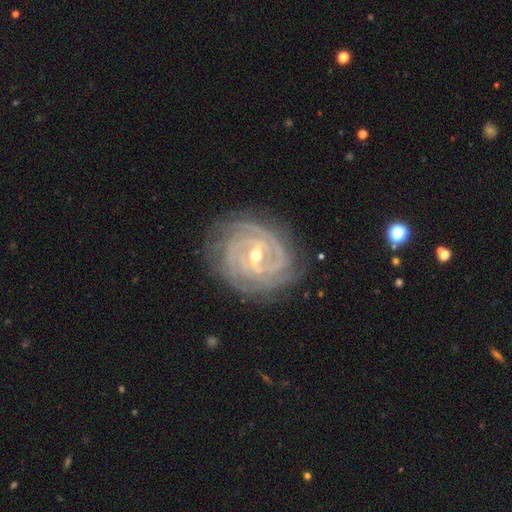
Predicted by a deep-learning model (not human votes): Smooth or featured? Predicted: featured or disk (p=0.92). Edge-on disk? Predicted: no (p=0.97). Bar? Predicted: weak (p=0.48). Spiral arms? Predicted: yes (p=0.98). Spiral winding? Predicted: tight (p=0.84). Spiral arm count? Predicted: 4 (p=0.27). Bulge size? Predicted: moderate (p=0.52). Merging? Predicted: none (p=0.80).